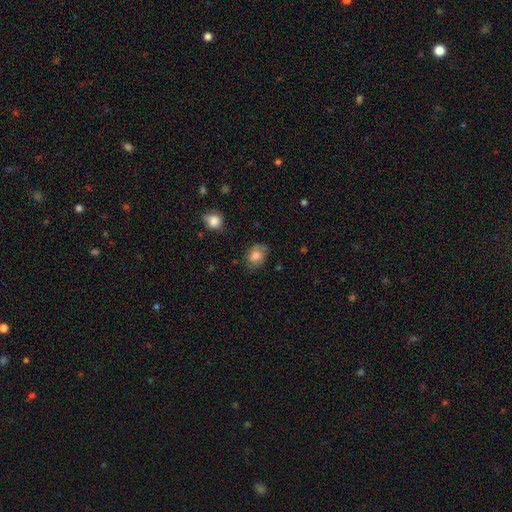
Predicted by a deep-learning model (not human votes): Smooth or featured? Predicted: smooth (p=0.68). How rounded? Predicted: in between (p=0.53). Merging? Predicted: none (p=0.70).